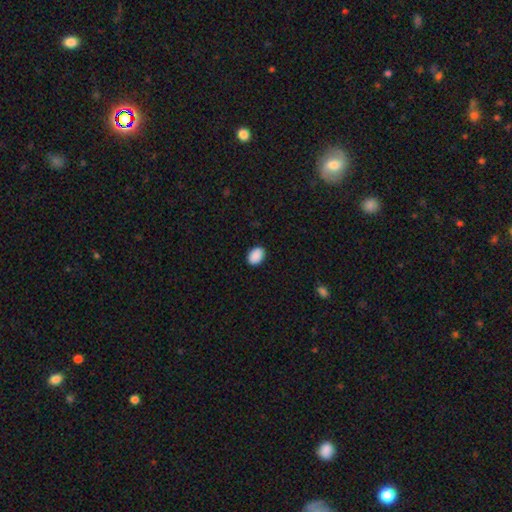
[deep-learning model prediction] smooth-or-featured: smooth: 90% | star or artifact: 8% | featured or disk: 2%
  how-rounded: in between: 78% | round: 21% | cigar-shaped: 1%
  merging: none: 90% | minor disturbance: 8% | major disturbance: 2% | merger: 1%